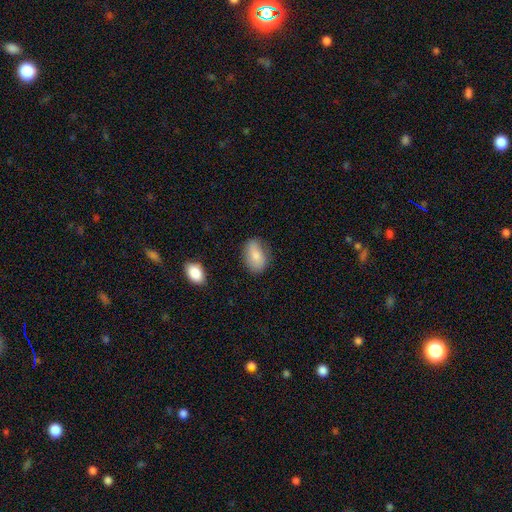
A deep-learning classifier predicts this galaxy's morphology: Q: Smooth or featured?
A: smooth (80%); runner-up: featured or disk (13%)
Q: How rounded?
A: in between (88%); runner-up: round (10%)
Q: Merging?
A: none (71%); runner-up: minor disturbance (22%)